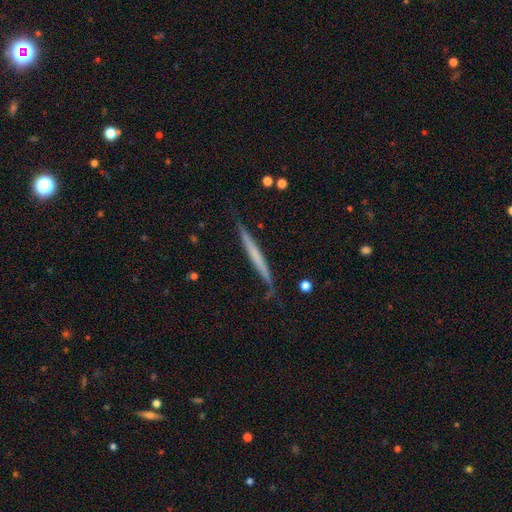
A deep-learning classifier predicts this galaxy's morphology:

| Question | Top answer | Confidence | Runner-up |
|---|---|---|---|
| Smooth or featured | featured or disk | 51% | smooth (44%) |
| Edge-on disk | yes | 96% | no (4%) |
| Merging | none | 81% | minor disturbance (14%) |